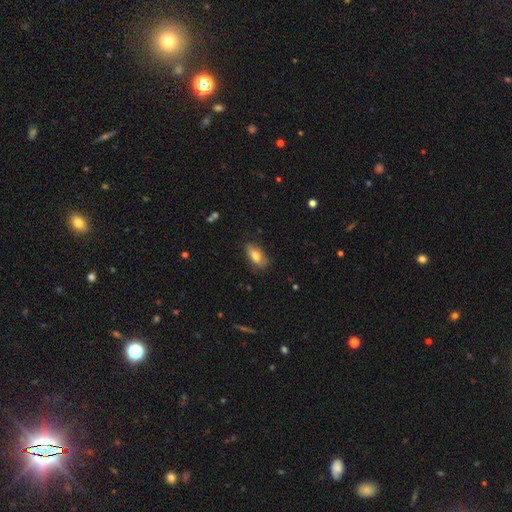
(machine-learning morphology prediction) Q: Smooth or featured?
A: smooth (78%); runner-up: featured or disk (15%)
Q: How rounded?
A: in between (87%); runner-up: cigar-shaped (10%)
Q: Merging?
A: none (79%); runner-up: minor disturbance (17%)